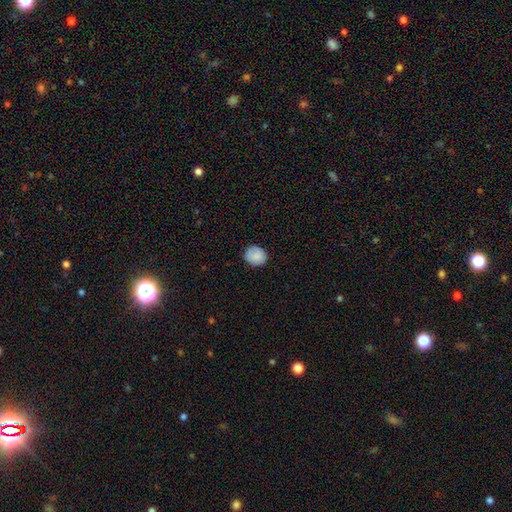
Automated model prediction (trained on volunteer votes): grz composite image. It shows a smooth galaxy with no disk features (87%) that is round (78%). Merging: none (84%).